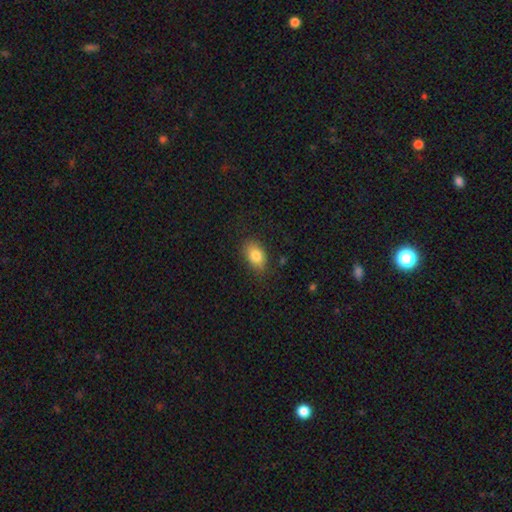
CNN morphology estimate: Overall: smooth (82%). How rounded: in between (87%). Merging: none (82%).